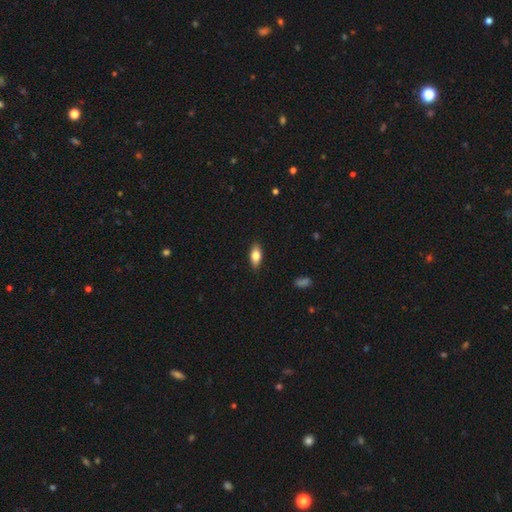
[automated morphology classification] smooth 78%, featured or disk 16%, star or artifact 7%. Down the decision tree: how rounded — in between (84%); merging — none (88%).